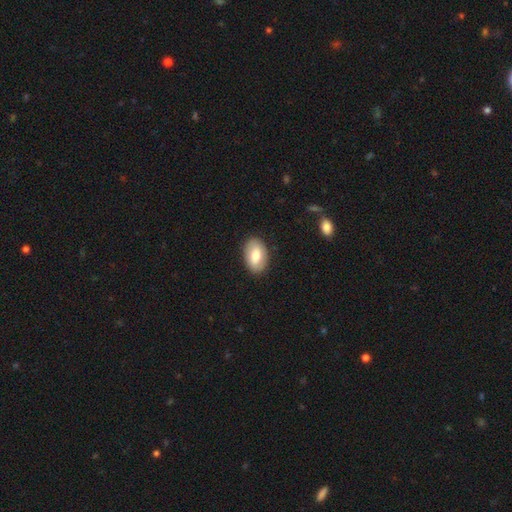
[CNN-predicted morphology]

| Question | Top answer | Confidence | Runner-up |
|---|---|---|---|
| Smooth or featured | smooth | 74% | featured or disk (20%) |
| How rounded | in between | 91% | round (7%) |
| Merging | none | 87% | minor disturbance (9%) |